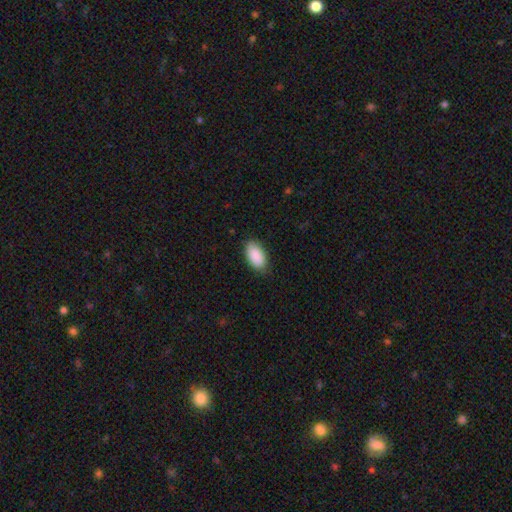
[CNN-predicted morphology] This is clearly a smooth galaxy (90%). How rounded: clearly in between (95%). Merging: clearly none (84%).